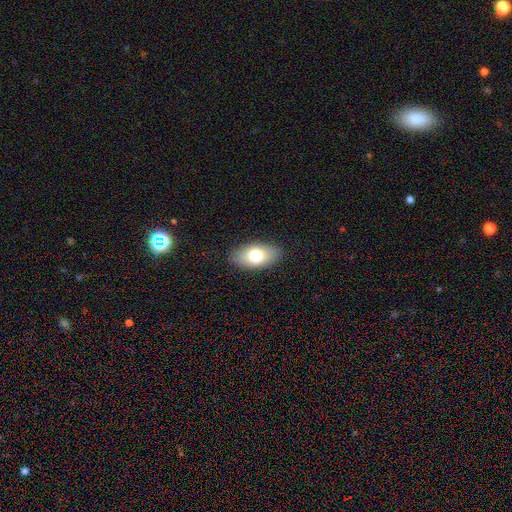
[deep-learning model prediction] Smooth or featured? Predicted: smooth (p=0.74). How rounded? Predicted: in between (p=0.92). Merging? Predicted: none (p=0.87).